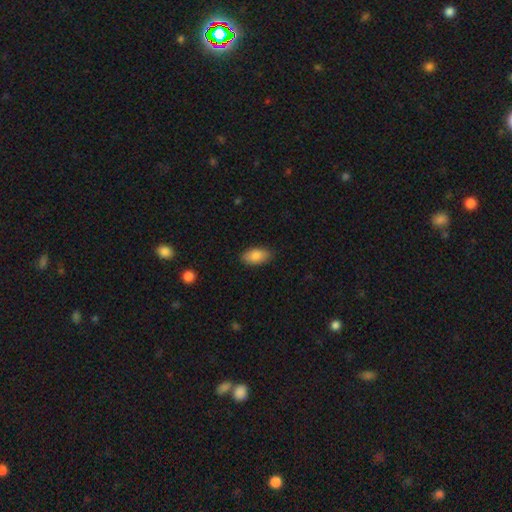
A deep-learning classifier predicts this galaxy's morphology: The model was most divided on "merging": none: 87%, minor disturbance: 10%, major disturbance: 2%, merger: 1%. More confident: how rounded — in between (93%); smooth or featured — smooth (86%).